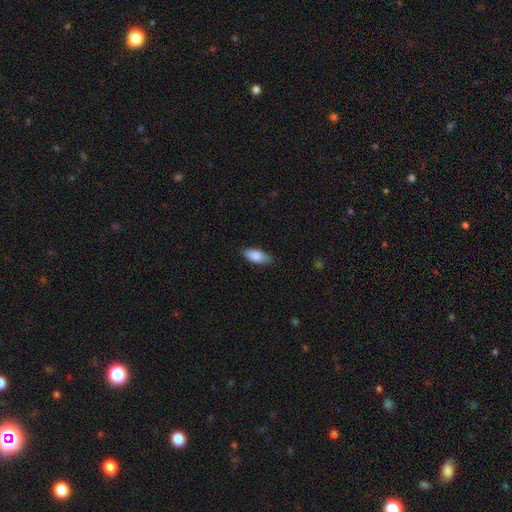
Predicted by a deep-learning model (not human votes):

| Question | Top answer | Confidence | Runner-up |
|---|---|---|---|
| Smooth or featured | smooth | 82% | featured or disk (12%) |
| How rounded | in between | 84% | cigar-shaped (14%) |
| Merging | none | 81% | minor disturbance (16%) |